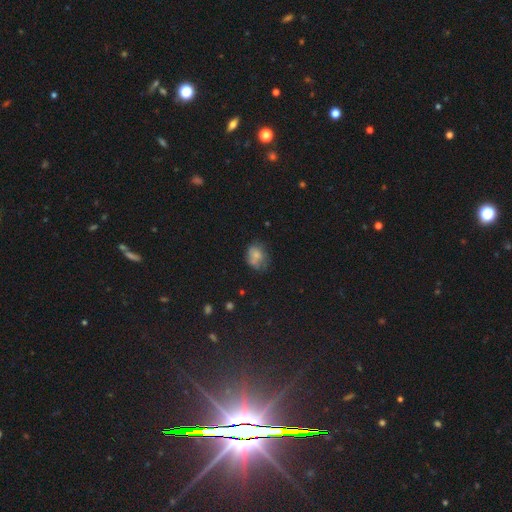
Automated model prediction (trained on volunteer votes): smooth_or_featured: smooth (p=0.70) [alt: featured or disk p=0.18]
how_rounded: in between (p=0.58) [alt: round p=0.41]
merging: none (p=0.50) [alt: minor disturbance p=0.30]